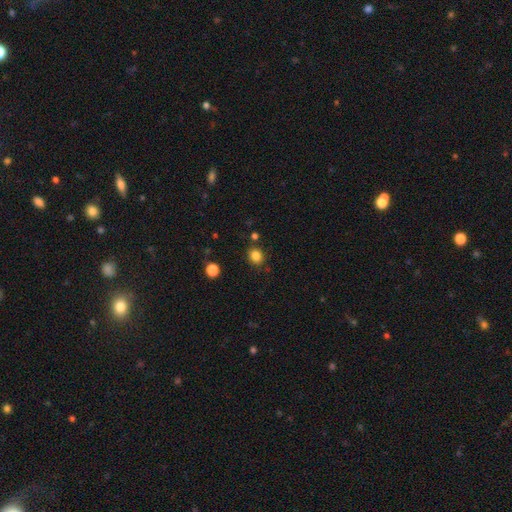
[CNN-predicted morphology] A smooth galaxy with no disk features (84%) that is round (70%). Merging: none (84%).